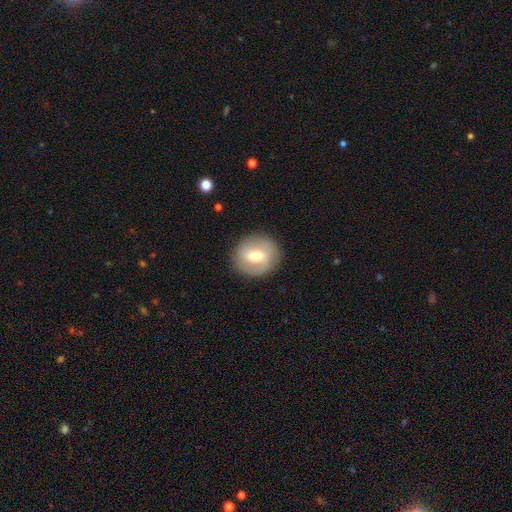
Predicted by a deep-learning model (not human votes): This appears to be a smooth galaxy with no disk features (53%) that is round (72%). Merging: none (85%).